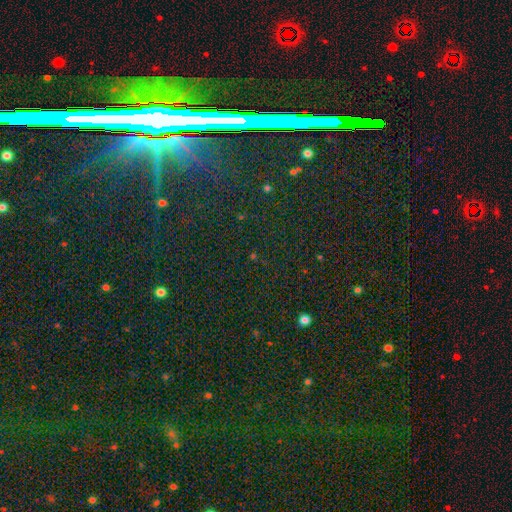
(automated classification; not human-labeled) Smooth or featured: star or artifact — 83% (smooth — 9%)